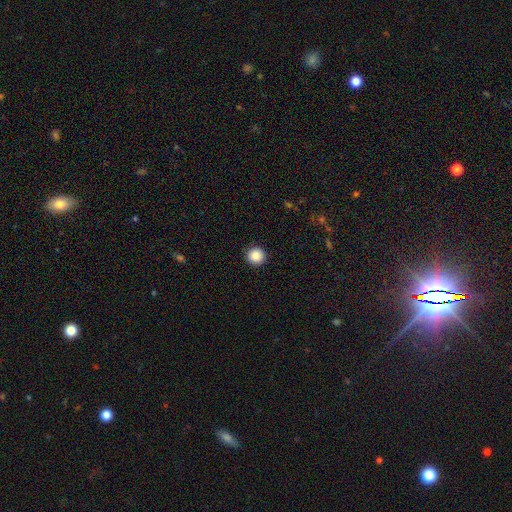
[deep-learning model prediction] smooth 88%, star or artifact 9%, featured or disk 3%. Down the decision tree: how rounded — round (96%); merging — none (92%).